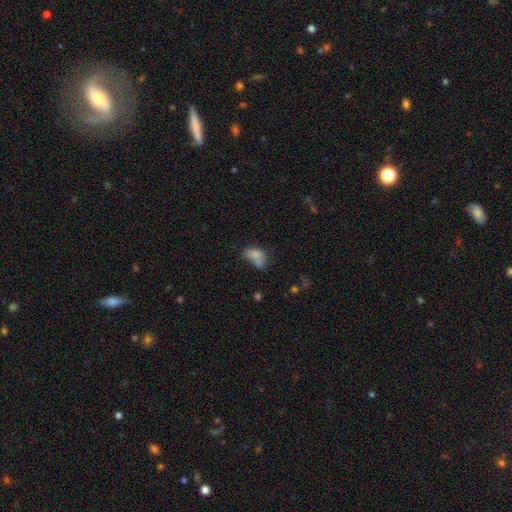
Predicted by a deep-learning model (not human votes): This is likely a smooth galaxy (76%). How rounded: clearly in between (85%). Merging: marginally none (31%).